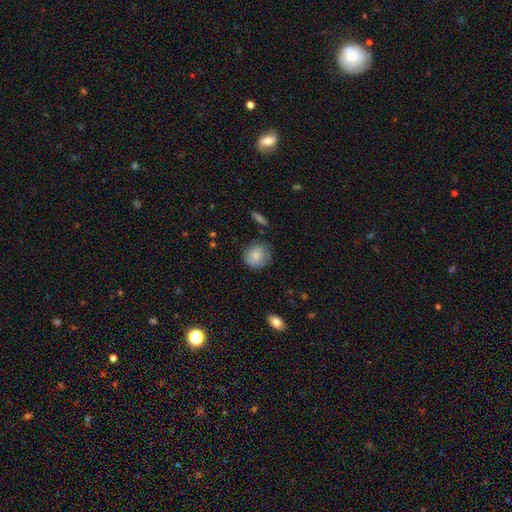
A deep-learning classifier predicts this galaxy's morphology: Overall: smooth (80%). How rounded: round (81%). Merging: none (66%).